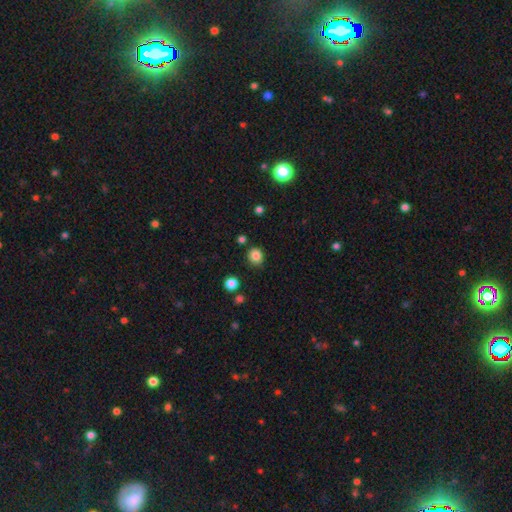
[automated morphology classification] Smooth or featured? Predicted: smooth (p=0.83). How rounded? Predicted: round (p=0.78). Merging? Predicted: none (p=0.85).